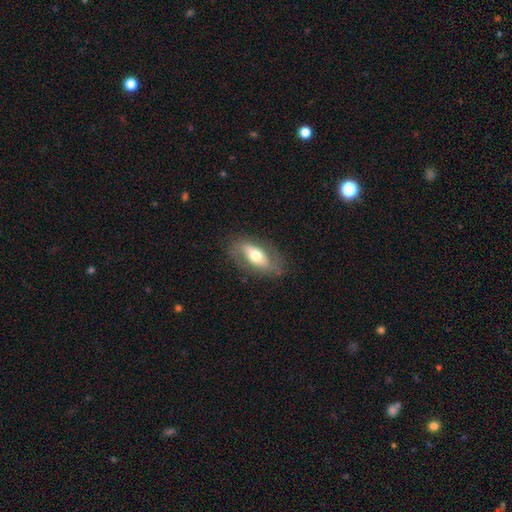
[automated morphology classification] The model was most divided on "smooth or featured": featured or disk: 48%, smooth: 46%, star or artifact: 6%. More confident: merging — none (76%).